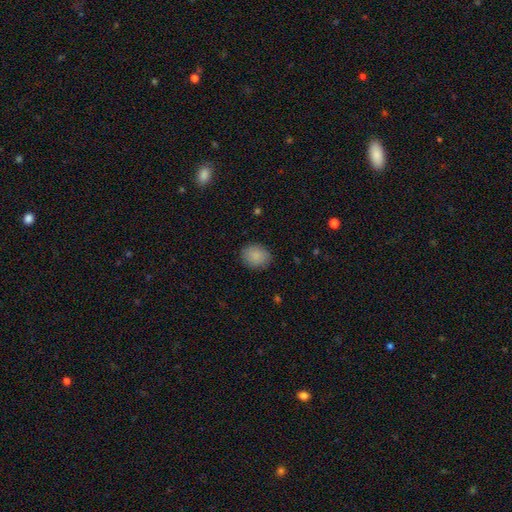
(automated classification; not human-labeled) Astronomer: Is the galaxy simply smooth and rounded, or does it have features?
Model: smooth — 88%.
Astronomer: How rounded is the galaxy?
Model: round — 60% (runner-up: in between, 39%).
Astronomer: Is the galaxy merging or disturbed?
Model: none — 87%.